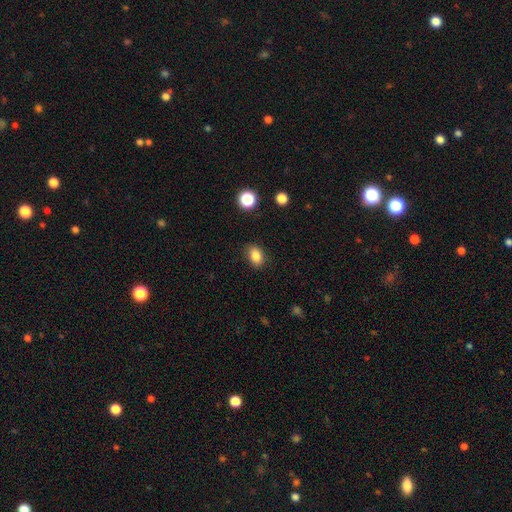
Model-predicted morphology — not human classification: Overall: smooth (84%). How rounded: in between (77%). Merging: none (85%).